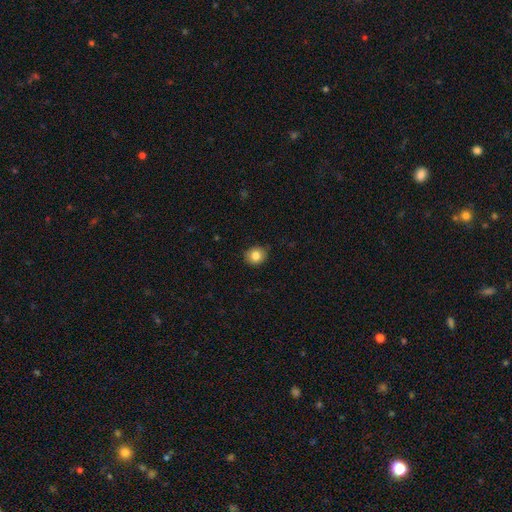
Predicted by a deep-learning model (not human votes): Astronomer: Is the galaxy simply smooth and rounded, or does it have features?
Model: smooth — 83%.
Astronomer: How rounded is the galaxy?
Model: round — 81%.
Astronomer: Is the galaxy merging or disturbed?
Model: none — 87%.